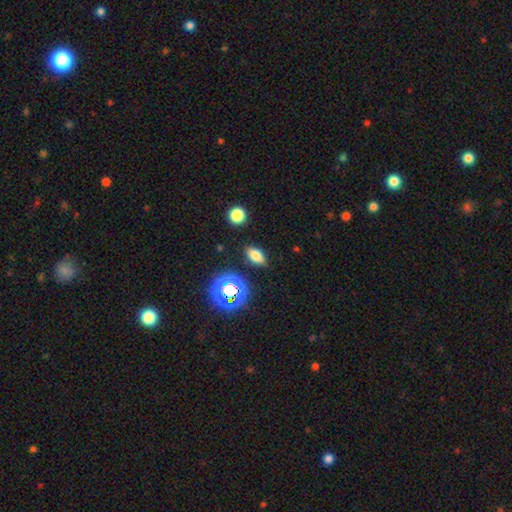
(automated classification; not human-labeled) This appears to be a smooth galaxy with no disk features (71%) that is in between round and cigar-shaped (83%). Merging: none (87%).